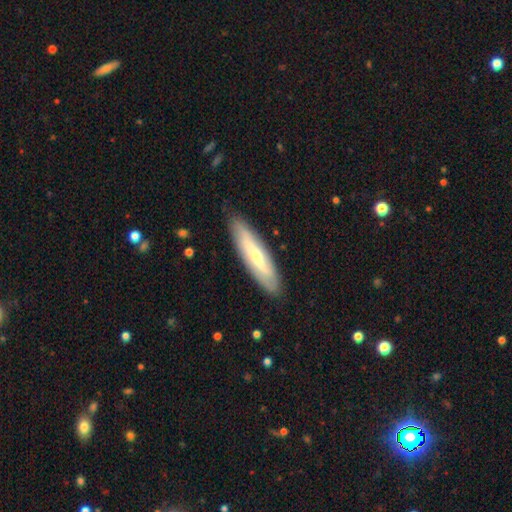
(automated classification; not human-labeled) This appears to be a featured or disk galaxy (56%) viewed edge-on (52%). Merging: none (85%).